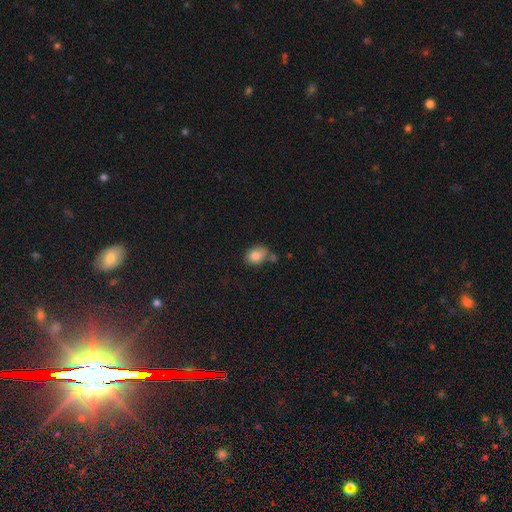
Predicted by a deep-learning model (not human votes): A smooth galaxy with no disk features (84%) that is in between round and cigar-shaped (67%).

Vote fractions:
- Smooth or featured? smooth: 84% / star or artifact: 8% / featured or disk: 7%
- How rounded? in between: 67% / round: 32% / cigar-shaped: 1%
- Merging? none: 60% / minor disturbance: 21% / merger: 14% / major disturbance: 5%